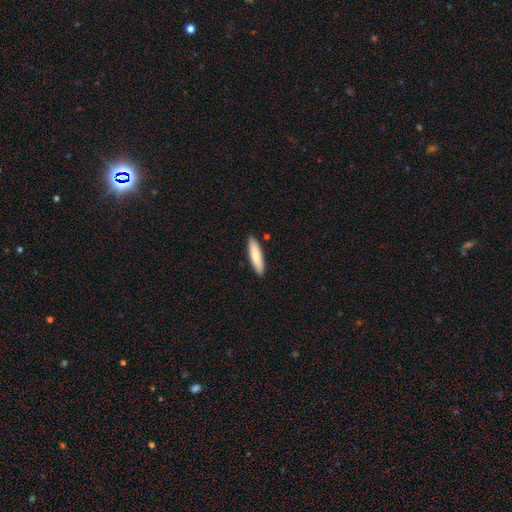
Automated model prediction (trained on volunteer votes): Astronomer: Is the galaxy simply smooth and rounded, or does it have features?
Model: smooth — 80%.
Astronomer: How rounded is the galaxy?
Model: cigar-shaped — 74%.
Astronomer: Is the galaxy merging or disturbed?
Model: none — 89%.